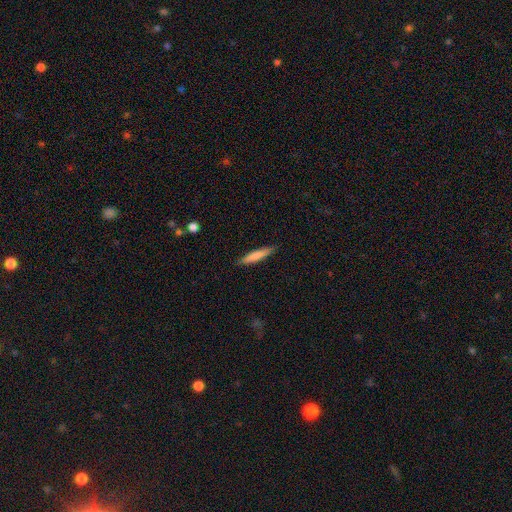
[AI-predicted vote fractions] Smooth or featured: smooth — 77% (featured or disk — 17%)
How rounded: cigar-shaped — 90% (in between — 9%)
Merging: none — 88% (minor disturbance — 9%)